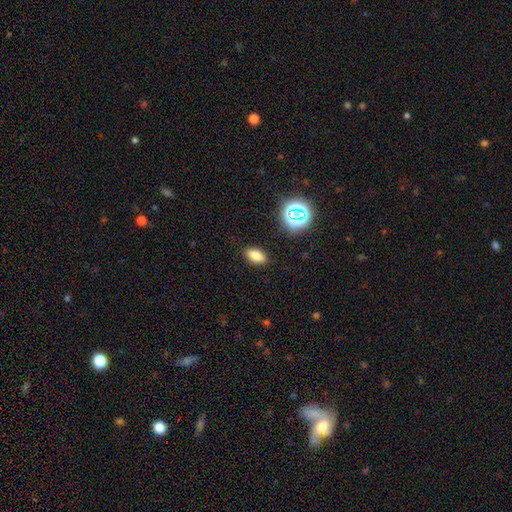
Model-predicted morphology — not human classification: type=smooth (78%); roundness=in between (86%); merging=none (87%).